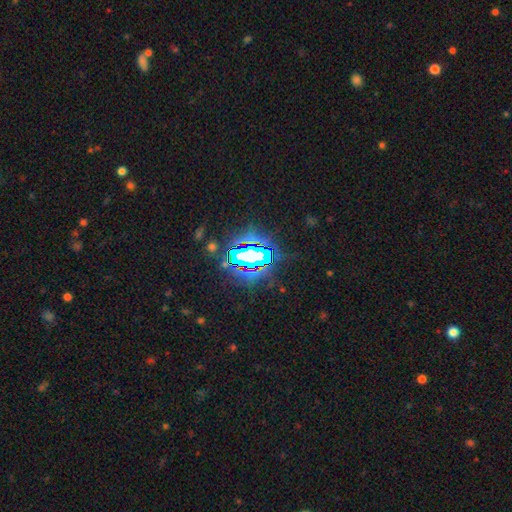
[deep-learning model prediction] smooth-or-featured: star or artifact: 75% | featured or disk: 12% | smooth: 12%